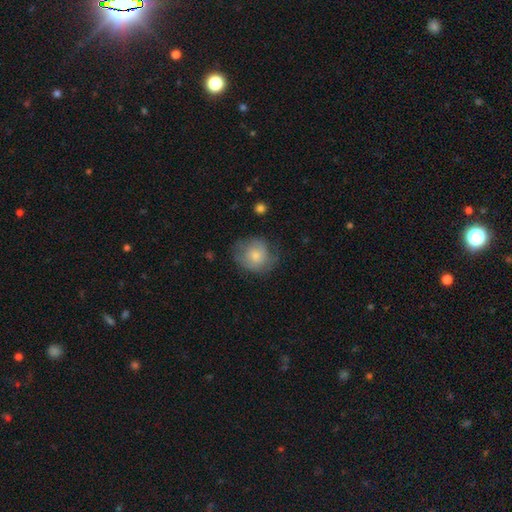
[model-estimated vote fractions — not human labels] This is likely a smooth galaxy (65%). How rounded: likely round (79%). Merging: possibly none (56%).